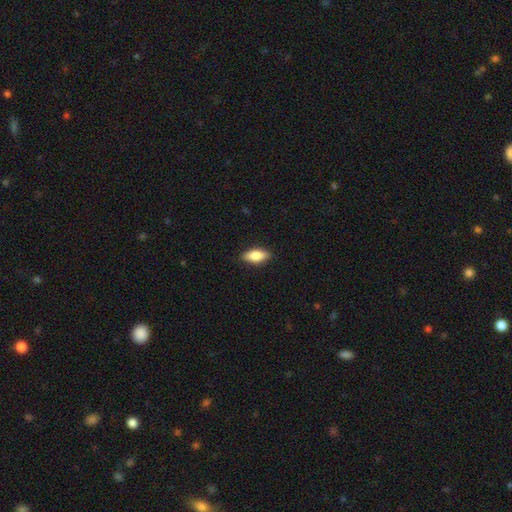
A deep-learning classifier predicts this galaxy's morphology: Overall: smooth (77%). How rounded: in between (82%). Merging: none (88%).